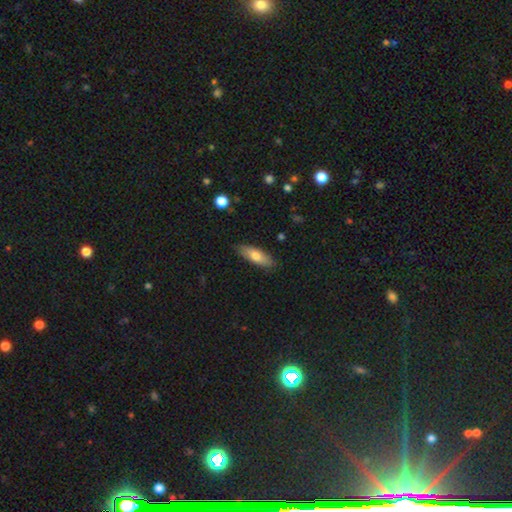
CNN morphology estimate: smooth_or_featured: smooth (p=0.73) [alt: featured or disk p=0.21]
how_rounded: in between (p=0.59) [alt: cigar-shaped p=0.39]
merging: none (p=0.85) [alt: minor disturbance p=0.12]